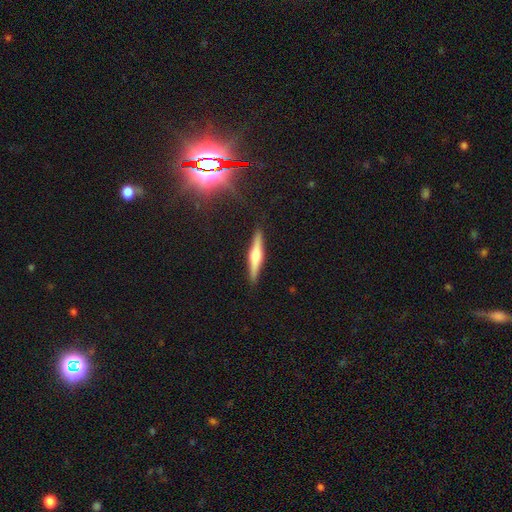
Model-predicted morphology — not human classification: This appears to be a featured or disk galaxy (61%) viewed edge-on (97%) with a rounded central bulge (85%). Merging: none (91%).